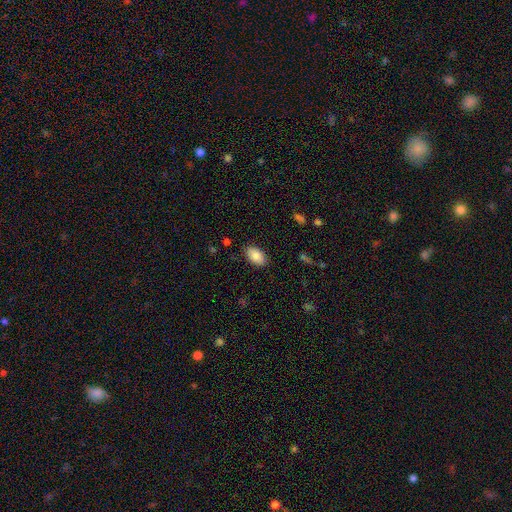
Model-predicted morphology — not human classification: The model was most divided on "merging": none: 87%, minor disturbance: 10%, major disturbance: 2%, merger: 1%. More confident: how rounded — in between (93%); smooth or featured — smooth (87%).